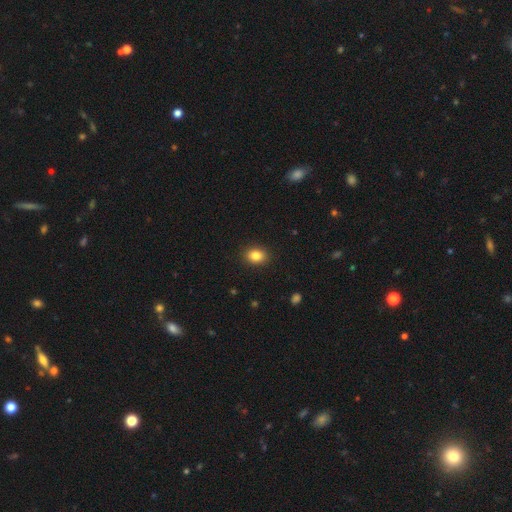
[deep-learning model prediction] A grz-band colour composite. It shows a smooth galaxy with no disk features (85%) that is in between round and cigar-shaped (57%). Merging: none (90%).